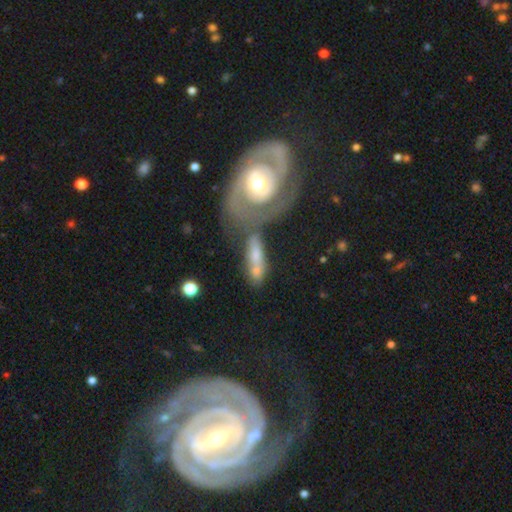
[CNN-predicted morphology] This appears to be a featured or disk galaxy (50%). Merging: merger (44%).